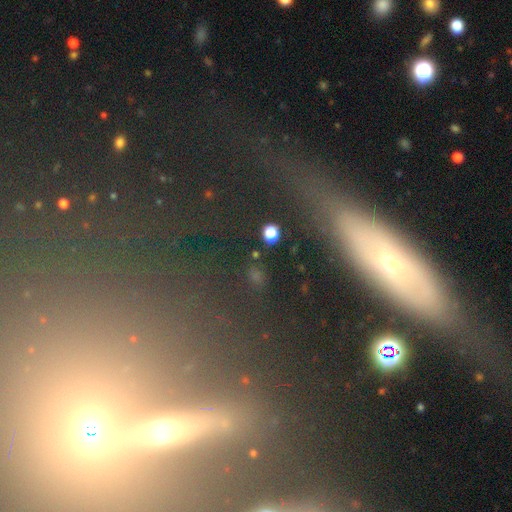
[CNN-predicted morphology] smooth 40%, star or artifact 33%, featured or disk 27%. Down the decision tree: merging — none (71%).